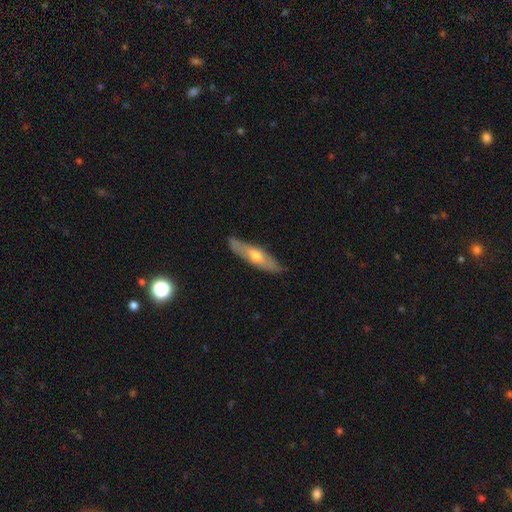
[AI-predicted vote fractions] This appears to be a featured or disk galaxy (55%) viewed edge-on (68%). Merging: none (85%).